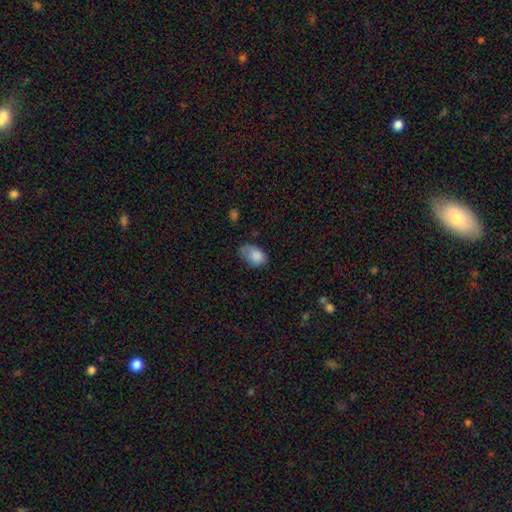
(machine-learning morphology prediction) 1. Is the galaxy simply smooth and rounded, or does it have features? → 83% smooth, 9% featured or disk, 8% star or artifact.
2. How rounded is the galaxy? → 89% in between, 10% round, 1% cigar-shaped.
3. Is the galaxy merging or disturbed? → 43% none, 39% minor disturbance, 16% major disturbance, 3% merger.